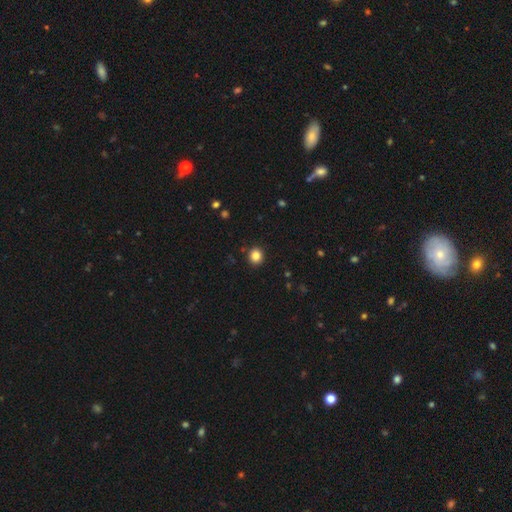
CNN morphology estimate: Smooth or featured? smooth (85%)
How rounded? round (85%)
Merging? none (91%)